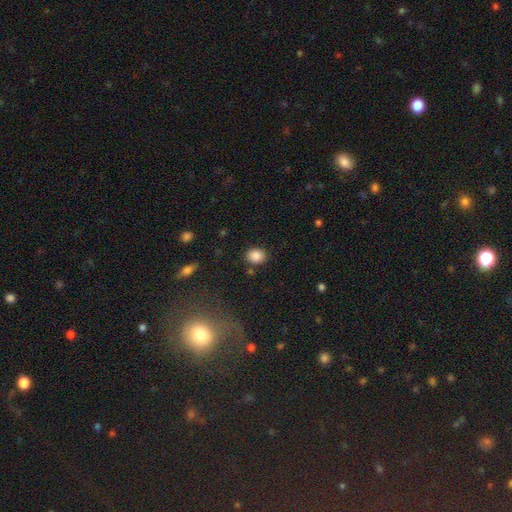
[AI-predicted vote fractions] Q: Smooth or featured?
A: smooth (86%); runner-up: star or artifact (9%)
Q: How rounded?
A: round (56%); runner-up: in between (43%)
Q: Merging?
A: none (84%); runner-up: minor disturbance (10%)